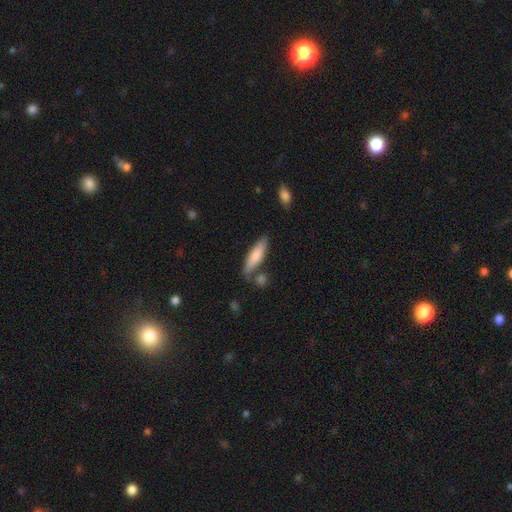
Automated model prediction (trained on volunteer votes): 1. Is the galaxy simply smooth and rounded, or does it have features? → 74% smooth, 20% featured or disk, 6% star or artifact.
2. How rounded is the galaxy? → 62% cigar-shaped, 36% in between, 2% round.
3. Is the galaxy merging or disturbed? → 72% none, 15% minor disturbance, 9% merger, 4% major disturbance.